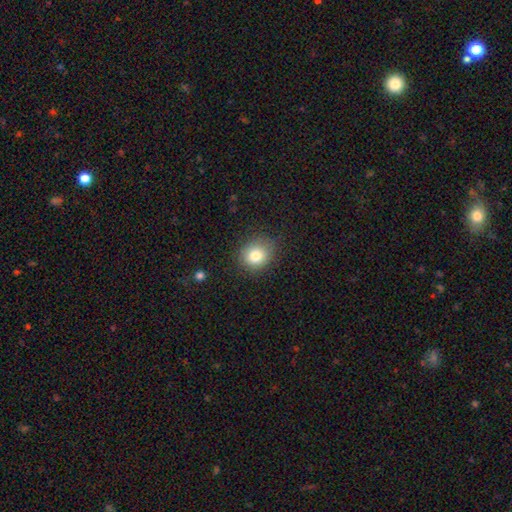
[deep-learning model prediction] Smooth or featured?
  - smooth: 81% *
  - star or artifact: 11%
  - featured or disk: 8%
How rounded?
  - round: 73% *
  - in between: 27%
  - cigar-shaped: 1%
Merging?
  - none: 81% *
  - minor disturbance: 14%
  - major disturbance: 4%
  - merger: 1%